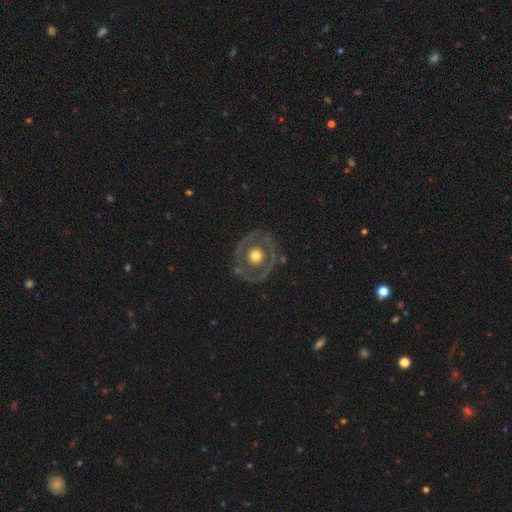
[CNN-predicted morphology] type=featured or disk (59%); edge-on=no (95%); bar=no (90%); spiral arms=no (85%); bulge=moderate (62%); merging=none (78%).